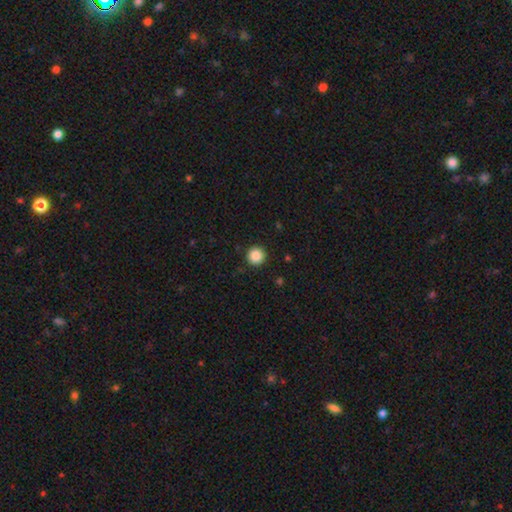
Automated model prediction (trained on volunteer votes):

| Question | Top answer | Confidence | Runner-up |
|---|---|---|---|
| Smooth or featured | smooth | 87% | star or artifact (10%) |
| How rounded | round | 96% | in between (3%) |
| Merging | none | 93% | minor disturbance (5%) |